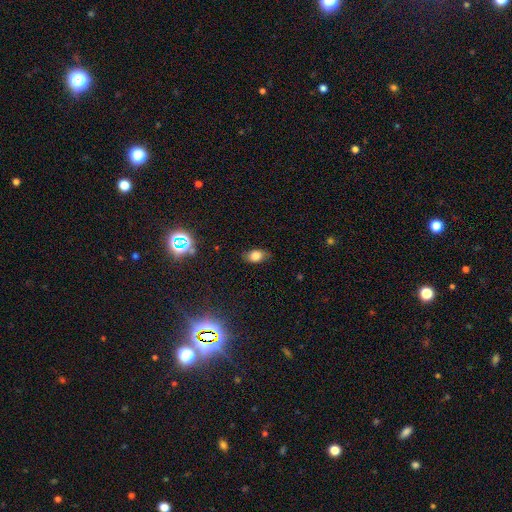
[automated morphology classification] Smooth or featured: smooth — 75% (star or artifact — 13%)
How rounded: in between — 85% (round — 12%)
Merging: none — 78% (minor disturbance — 17%)